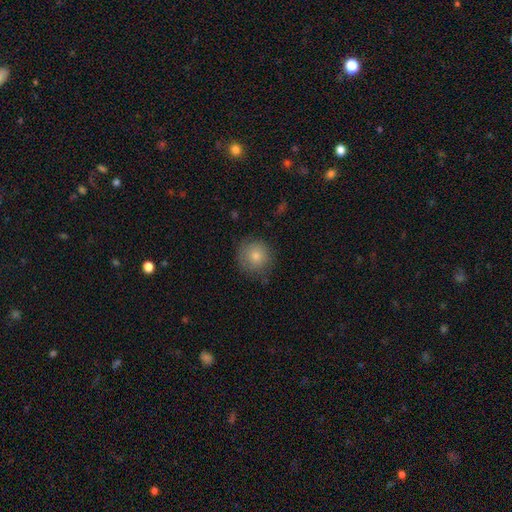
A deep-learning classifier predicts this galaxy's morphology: Overall: smooth (80%). How rounded: round (92%). Merging: none (75%).